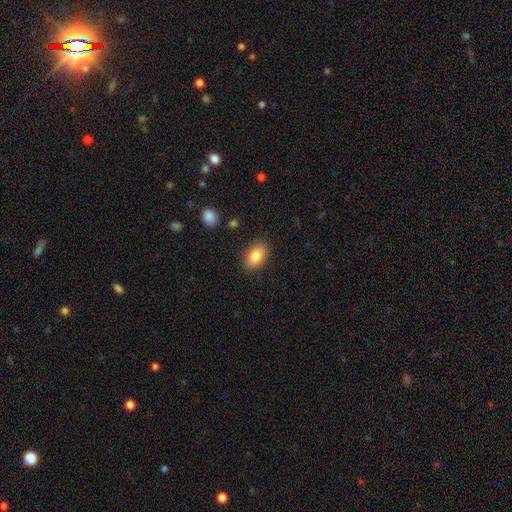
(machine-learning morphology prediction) Smooth or featured?
  - smooth: 82% *
  - featured or disk: 10%
  - star or artifact: 8%
How rounded?
  - in between: 88% *
  - round: 10%
  - cigar-shaped: 1%
Merging?
  - none: 87% *
  - minor disturbance: 9%
  - major disturbance: 2%
  - merger: 1%